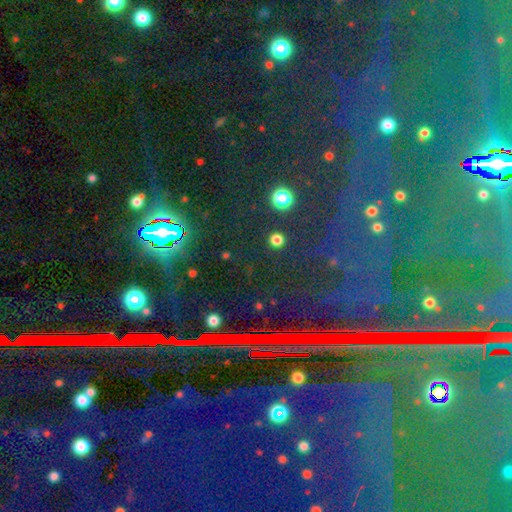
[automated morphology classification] Q: Smooth or featured?
A: star or artifact (80%); runner-up: smooth (11%)